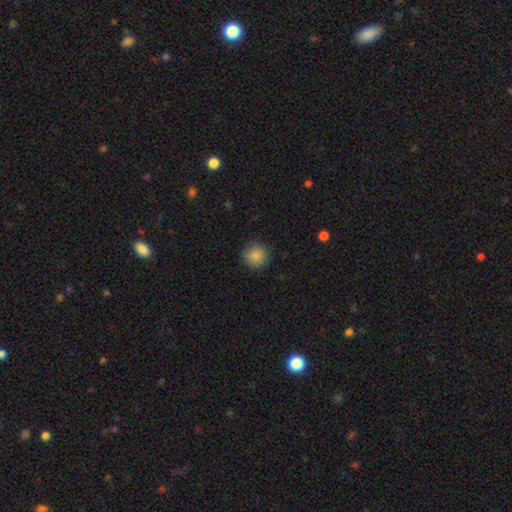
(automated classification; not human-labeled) Smooth or featured?
  - smooth: 87% *
  - star or artifact: 9%
  - featured or disk: 4%
How rounded?
  - round: 94% *
  - in between: 5%
  - cigar-shaped: 1%
Merging?
  - none: 89% *
  - minor disturbance: 8%
  - major disturbance: 2%
  - merger: 1%